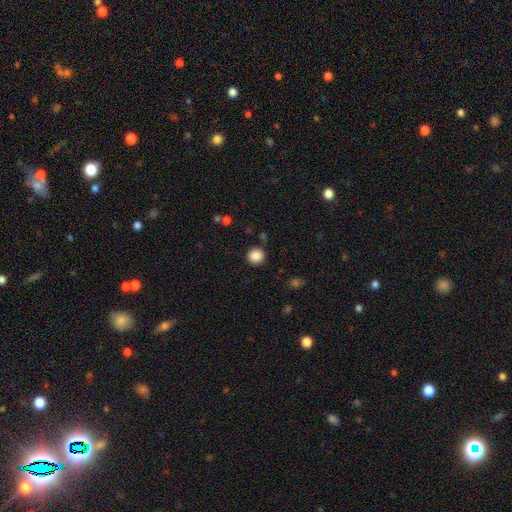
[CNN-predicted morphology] A smooth galaxy with no disk features (87%) that is round (93%). Merging: none (88%).